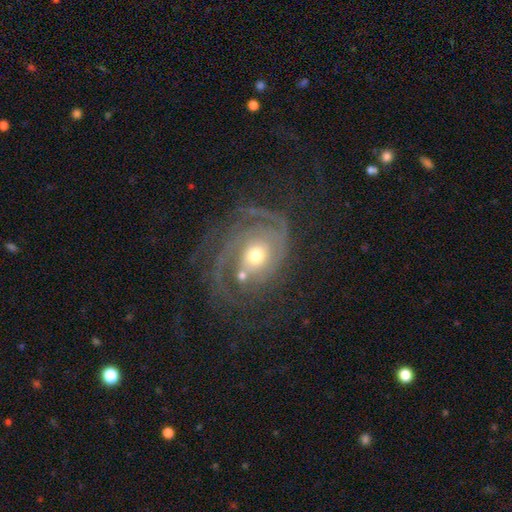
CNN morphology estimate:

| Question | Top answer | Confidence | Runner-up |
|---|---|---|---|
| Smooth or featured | featured or disk | 86% | smooth (7%) |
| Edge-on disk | no | 97% | yes (3%) |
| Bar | no | 77% | weak (17%) |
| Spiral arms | yes | 94% | no (6%) |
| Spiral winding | tight | 49% | medium (36%) |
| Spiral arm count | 2 | 37% | can't tell (21%) |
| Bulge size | moderate | 68% | small (22%) |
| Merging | none | 61% | major disturbance (18%) |